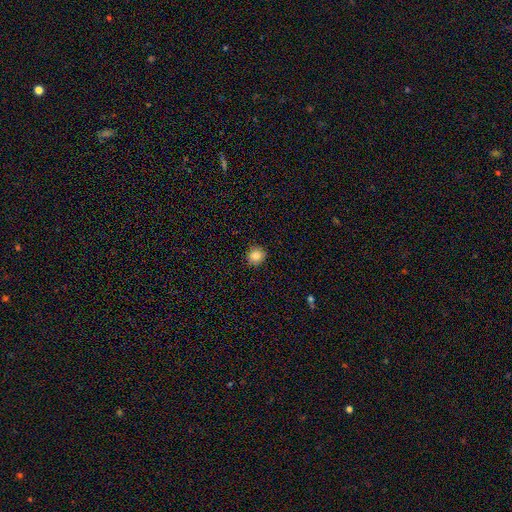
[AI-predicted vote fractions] Smooth or featured? smooth (82%)
How rounded? round (89%)
Merging? none (89%)